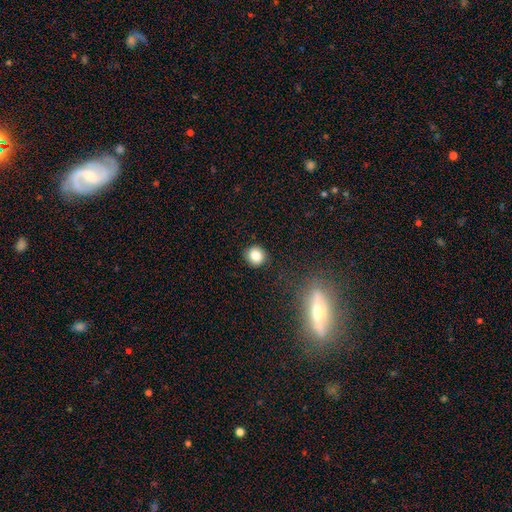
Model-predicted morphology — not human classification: This appears to be a smooth galaxy with no disk features (83%) that is round (89%). Merging: none (89%).